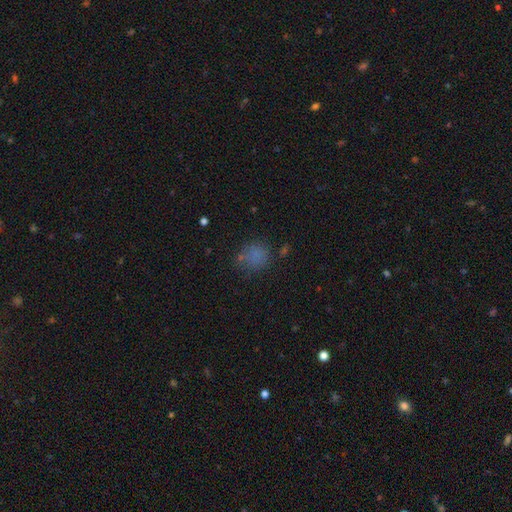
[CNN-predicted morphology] Q: Smooth or featured?
A: smooth (72%); runner-up: star or artifact (18%)
Q: How rounded?
A: round (74%); runner-up: in between (25%)
Q: Merging?
A: none (64%); runner-up: minor disturbance (20%)